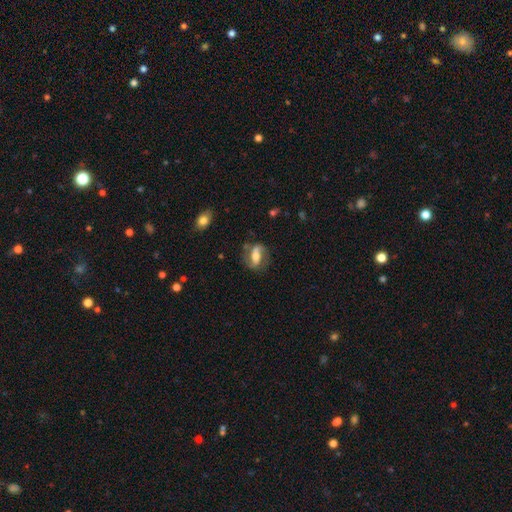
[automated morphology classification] smooth_or_featured: featured or disk (p=0.61) [alt: smooth p=0.32]
disk_edge_on: no (p=0.91) [alt: yes p=0.09]
bar: strong (p=0.47) [alt: weak p=0.30]
has_spiral_arms: yes (p=0.80) [alt: no p=0.20]
bulge_size: moderate (p=0.59) [alt: small p=0.24]
merging: none (p=0.68) [alt: minor disturbance p=0.19]